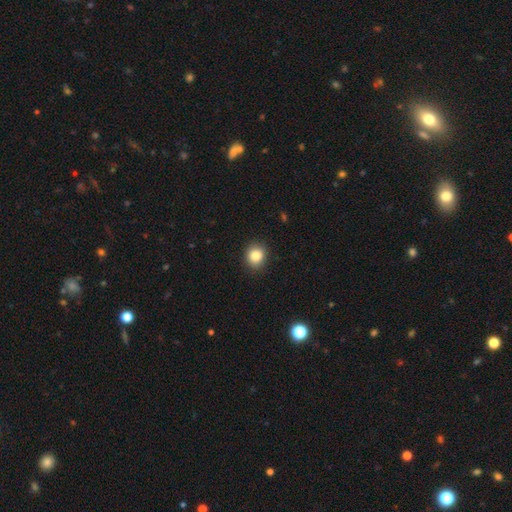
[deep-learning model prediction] A smooth galaxy with no disk features (84%) that is round (75%).

Vote fractions:
- Smooth or featured? smooth: 84% / star or artifact: 10% / featured or disk: 6%
- How rounded? round: 75% / in between: 25% / cigar-shaped: 1%
- Merging? none: 89% / minor disturbance: 8% / major disturbance: 2% / merger: 1%